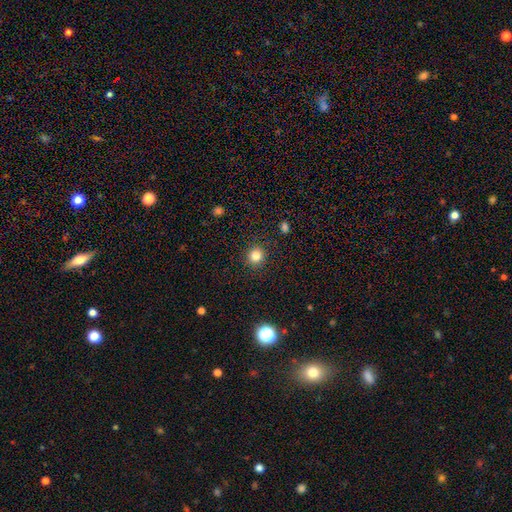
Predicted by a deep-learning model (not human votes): A smooth galaxy with no disk features (83%) that is round (90%).

Vote fractions:
- Smooth or featured? smooth: 83% / star or artifact: 12% / featured or disk: 5%
- How rounded? round: 90% / in between: 9% / cigar-shaped: 1%
- Merging? none: 91% / minor disturbance: 6% / major disturbance: 2% / merger: 1%